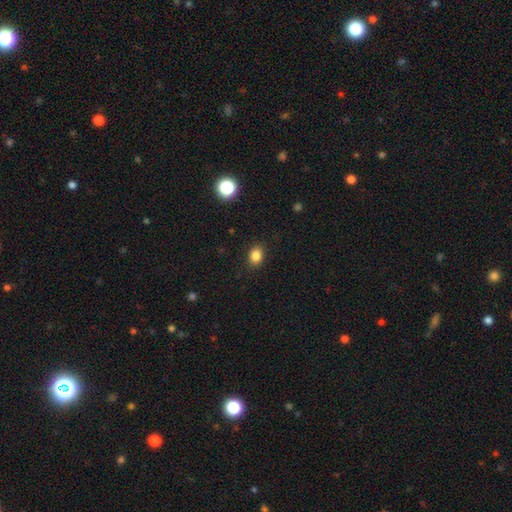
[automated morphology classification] Q: Smooth or featured?
A: smooth (85%); runner-up: star or artifact (11%)
Q: How rounded?
A: in between (59%); runner-up: round (40%)
Q: Merging?
A: none (89%); runner-up: minor disturbance (8%)